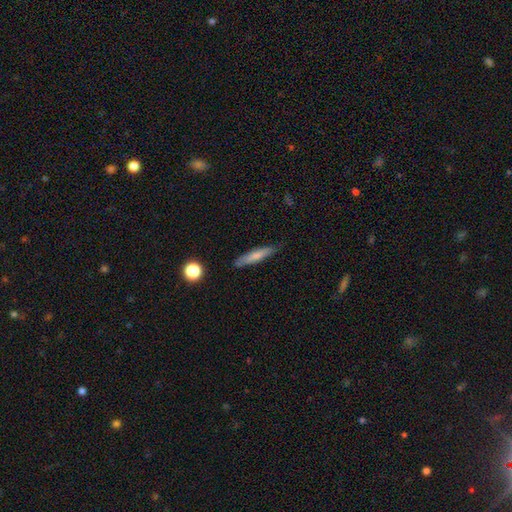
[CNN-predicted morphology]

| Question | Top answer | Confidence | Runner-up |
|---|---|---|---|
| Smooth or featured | smooth | 69% | featured or disk (24%) |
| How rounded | cigar-shaped | 88% | in between (10%) |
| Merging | none | 82% | minor disturbance (14%) |